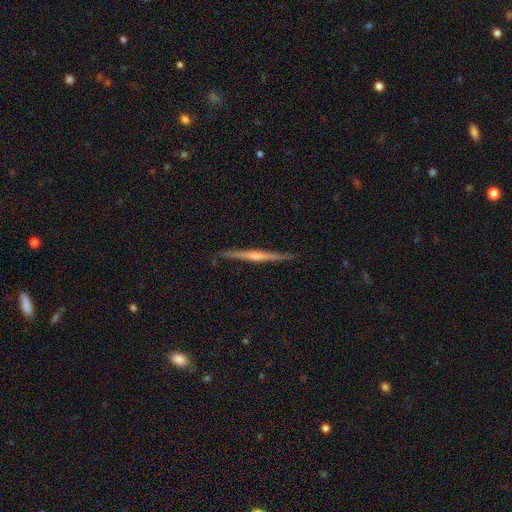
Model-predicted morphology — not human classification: Smooth or featured? featured or disk (78%)
Edge-on disk? yes (98%)
Edge-on bulge? rounded (74%)
Merging? none (89%)